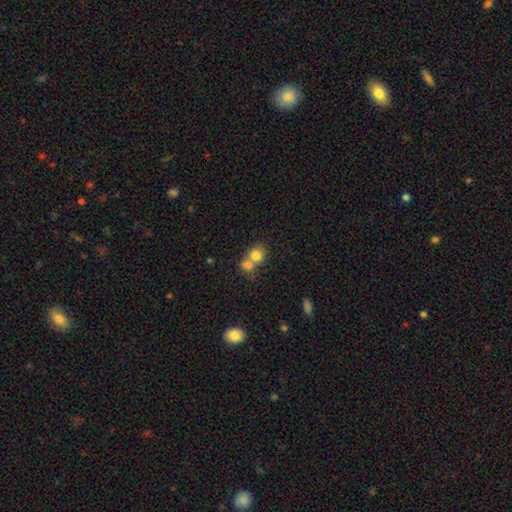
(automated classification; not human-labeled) Smooth or featured?
  - smooth: 78% *
  - featured or disk: 12%
  - star or artifact: 10%
How rounded?
  - round: 69% *
  - in between: 30%
  - cigar-shaped: 1%
Merging?
  - merger: 61% *
  - none: 30%
  - minor disturbance: 6%
  - major disturbance: 3%